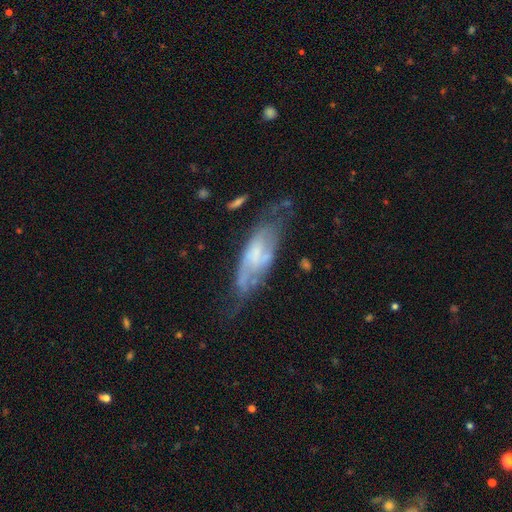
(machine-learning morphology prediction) Smooth or featured?
  - featured or disk: 62% *
  - smooth: 30%
  - star or artifact: 8%
Edge-on disk?
  - no: 79% *
  - yes: 21%
Merging?
  - none: 45% *
  - minor disturbance: 30%
  - major disturbance: 21%
  - merger: 5%